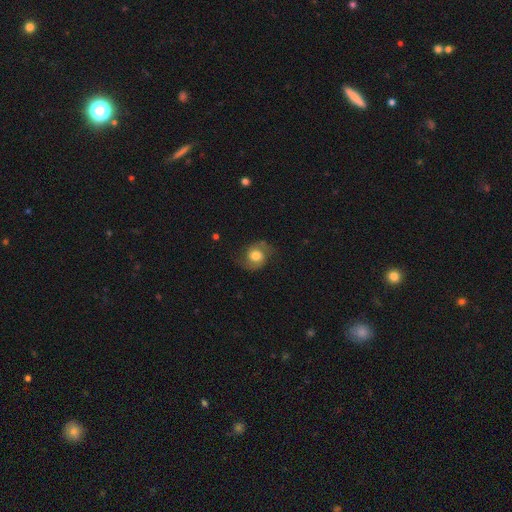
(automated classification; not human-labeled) Smooth or featured? Predicted: featured or disk (p=0.58). Edge-on disk? Predicted: no (p=0.97). Bar? Predicted: no (p=0.66). Spiral arms? Predicted: yes (p=0.88). Bulge size? Predicted: moderate (p=0.55). Merging? Predicted: none (p=0.73).